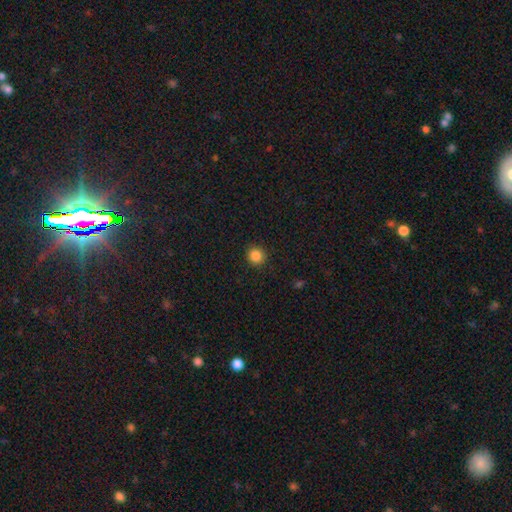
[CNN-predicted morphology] A smooth galaxy with no disk features (86%) that is round (91%).

Vote fractions:
- Smooth or featured? smooth: 86% / star or artifact: 11% / featured or disk: 3%
- How rounded? round: 91% / in between: 8% / cigar-shaped: 1%
- Merging? none: 91% / minor disturbance: 6% / major disturbance: 2% / merger: 1%